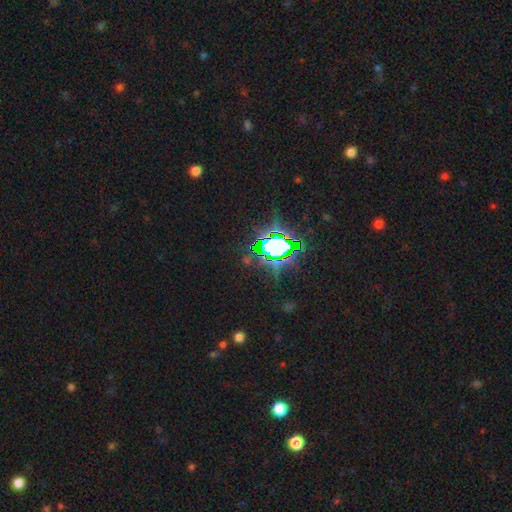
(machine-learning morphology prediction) This is clearly a star or artifact rather than a galaxy (81%).